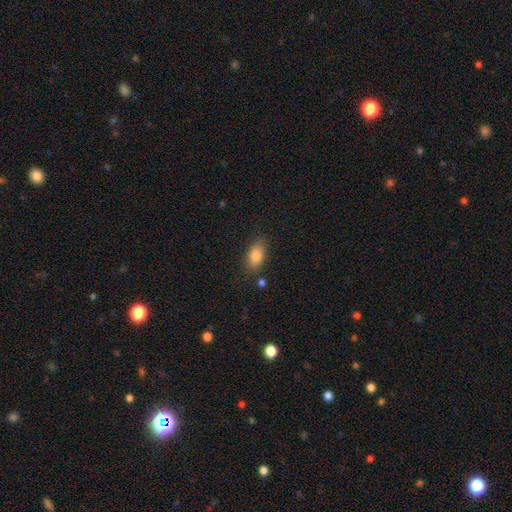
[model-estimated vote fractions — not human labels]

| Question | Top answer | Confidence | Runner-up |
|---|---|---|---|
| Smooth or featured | smooth | 84% | featured or disk (8%) |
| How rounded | in between | 88% | round (7%) |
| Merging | none | 81% | minor disturbance (13%) |